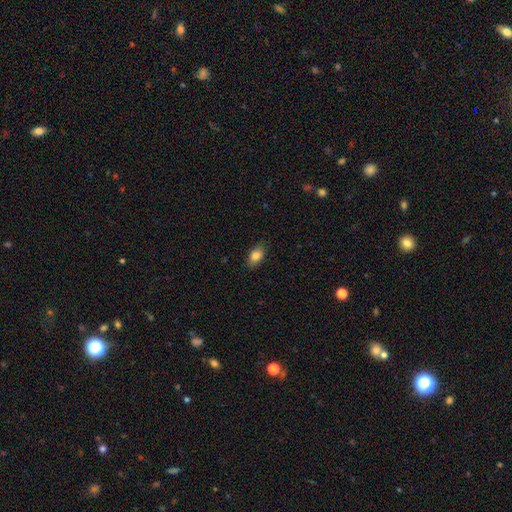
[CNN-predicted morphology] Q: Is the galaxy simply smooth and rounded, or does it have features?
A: smooth — 84%.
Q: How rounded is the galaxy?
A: in between — 88%.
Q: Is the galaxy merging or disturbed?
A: none — 85%.